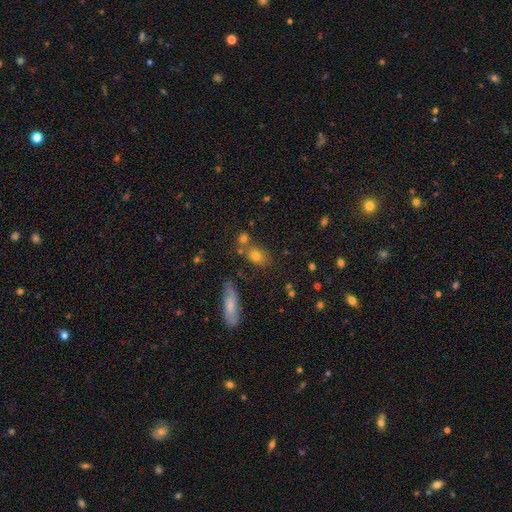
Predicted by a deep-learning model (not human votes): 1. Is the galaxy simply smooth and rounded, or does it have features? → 70% smooth, 15% star or artifact, 15% featured or disk.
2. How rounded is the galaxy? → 66% in between, 27% round, 7% cigar-shaped.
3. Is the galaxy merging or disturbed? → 65% none, 17% merger, 13% minor disturbance, 4% major disturbance.